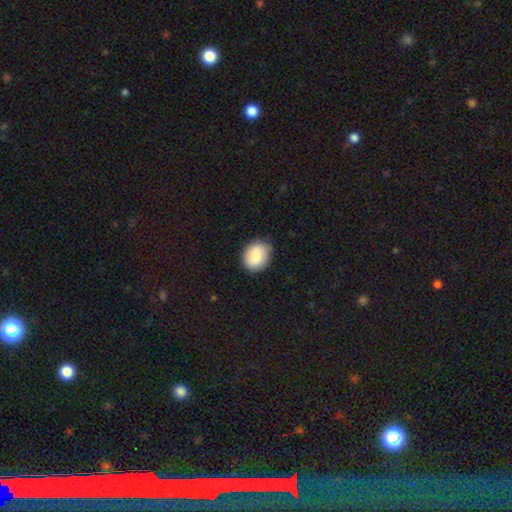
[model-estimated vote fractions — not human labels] Smooth or featured? Predicted: smooth (p=0.81). How rounded? Predicted: in between (p=0.50). Merging? Predicted: none (p=0.83).